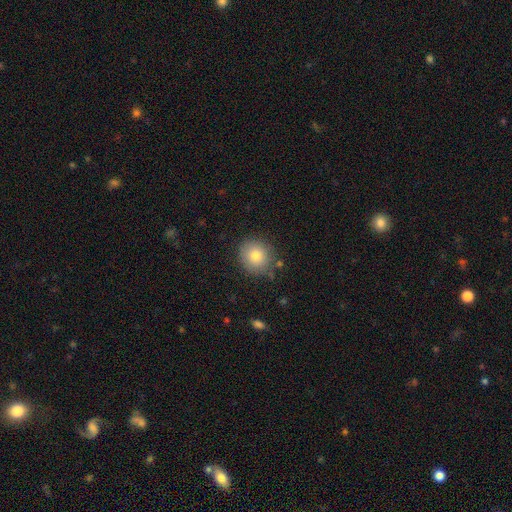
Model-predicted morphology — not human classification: A smooth galaxy with no disk features (79%) that is round (89%).

Vote fractions:
- Smooth or featured? smooth: 79% / featured or disk: 11% / star or artifact: 10%
- How rounded? round: 89% / in between: 10% / cigar-shaped: 1%
- Merging? none: 82% / minor disturbance: 12% / major disturbance: 3% / merger: 3%